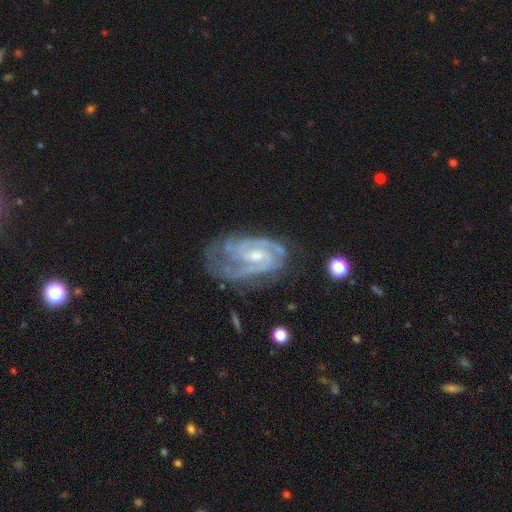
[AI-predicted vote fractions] featured or disk 91%, star or artifact 5%, smooth 4%. Down the decision tree: edge-on disk — no (97%); bar — weak (47%); spiral arms — yes (98%); spiral arm count — 2 (54%); spiral winding — tight (56%); bulge size — small (47%); merging — none (59%).